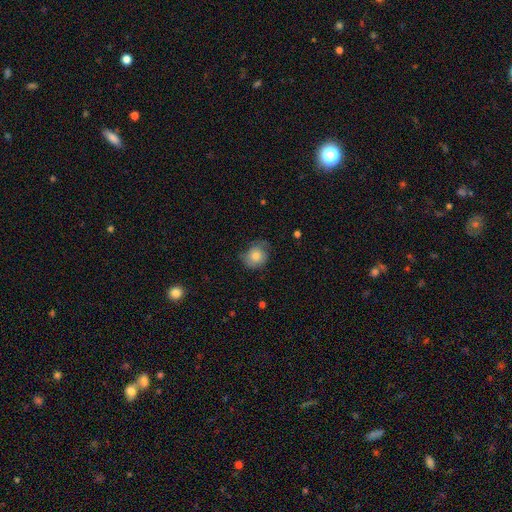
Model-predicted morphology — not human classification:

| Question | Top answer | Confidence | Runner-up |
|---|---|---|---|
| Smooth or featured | smooth | 74% | featured or disk (18%) |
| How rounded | round | 73% | in between (26%) |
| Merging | none | 58% | minor disturbance (31%) |